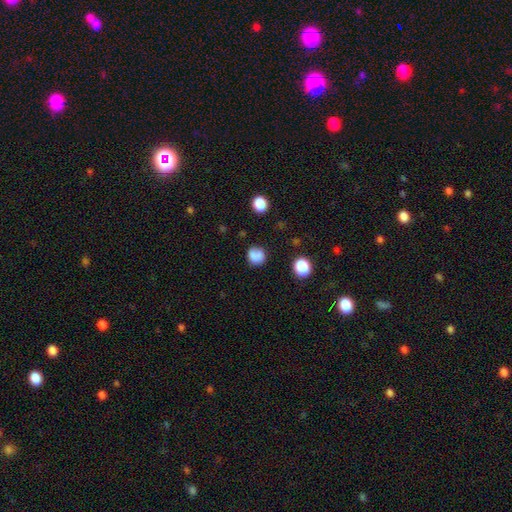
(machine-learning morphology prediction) Smooth or featured: smooth — 77% (featured or disk — 12%)
How rounded: round — 79% (in between — 20%)
Merging: none — 56% (minor disturbance — 18%)